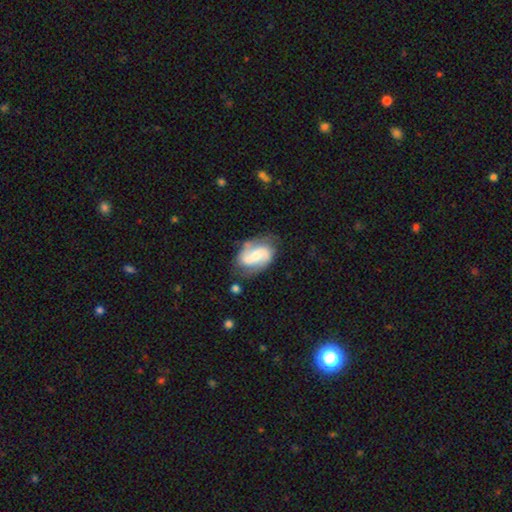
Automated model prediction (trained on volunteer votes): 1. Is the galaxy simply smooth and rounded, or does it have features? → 79% featured or disk, 16% smooth, 5% star or artifact.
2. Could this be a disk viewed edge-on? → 97% no, 3% yes.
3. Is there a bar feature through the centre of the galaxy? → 43% weak, 40% no, 17% strong.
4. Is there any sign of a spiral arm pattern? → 94% yes, 6% no.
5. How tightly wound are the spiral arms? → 47% medium, 34% loose, 20% tight.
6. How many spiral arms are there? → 89% 2, 5% can't tell, 2% 1, 2% 3, 1% 4, 1% more than 4.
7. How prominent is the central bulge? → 50% moderate, 40% small, 5% large, 3% none, 1% dominant.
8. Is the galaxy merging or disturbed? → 70% none, 20% minor disturbance, 7% major disturbance, 4% merger.